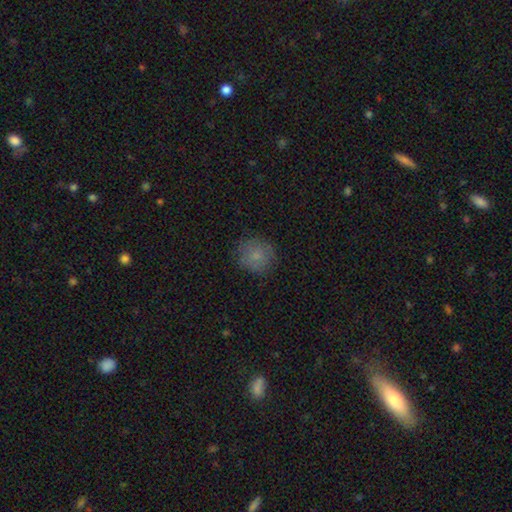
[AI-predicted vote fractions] Smooth or featured? smooth (80%)
How rounded? round (89%)
Merging? none (82%)